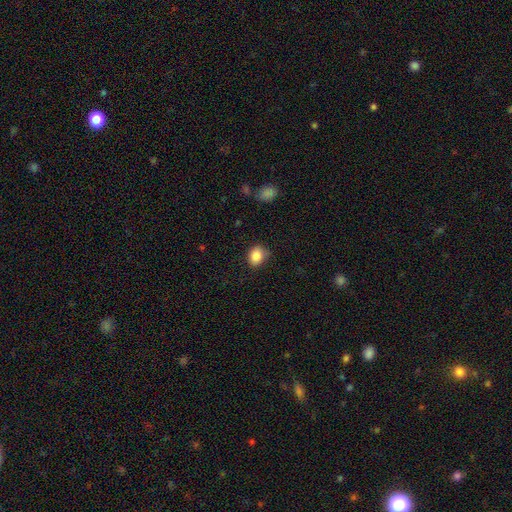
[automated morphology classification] Overall: smooth (86%). How rounded: round (53%; in between 46%). Merging: none (73%).